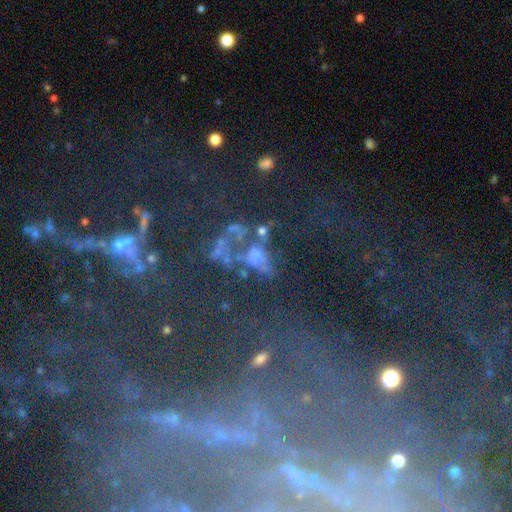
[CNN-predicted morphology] Smooth or featured? star or artifact (43%)